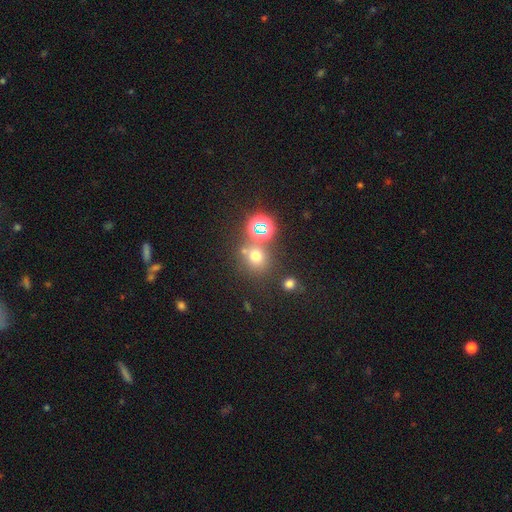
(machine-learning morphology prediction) The model was most divided on "smooth or featured": smooth: 62%, star or artifact: 29%, featured or disk: 10%. More confident: how rounded — round (83%); merging — none (67%).